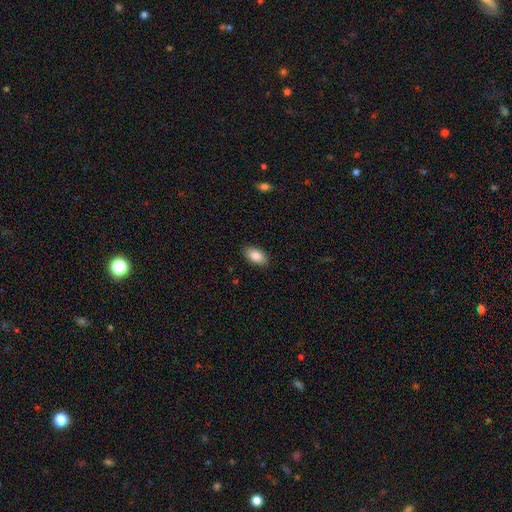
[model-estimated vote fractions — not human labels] The model was most divided on "smooth or featured": smooth: 85%, featured or disk: 8%, star or artifact: 7%. More confident: how rounded — in between (93%); merging — none (88%).